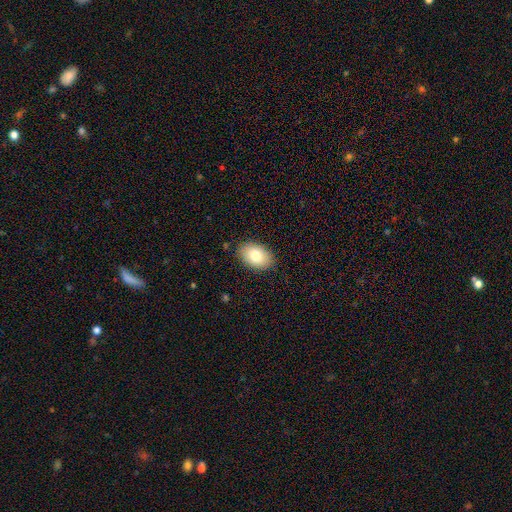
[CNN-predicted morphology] The model was most divided on "smooth or featured": smooth: 80%, featured or disk: 13%, star or artifact: 7%. More confident: how rounded — in between (89%); merging — none (87%).